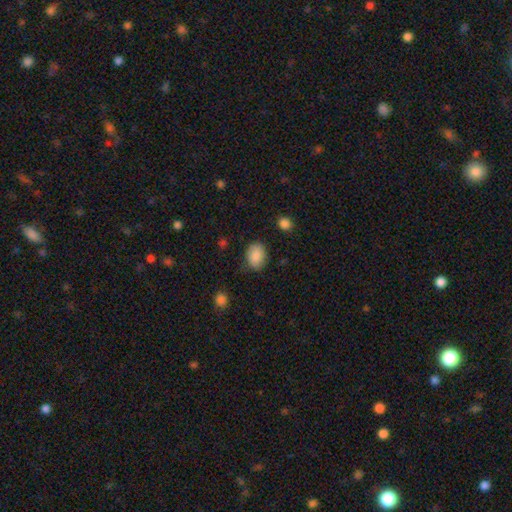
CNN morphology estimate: Q: Smooth or featured?
A: smooth (87%); runner-up: star or artifact (8%)
Q: How rounded?
A: in between (66%); runner-up: round (33%)
Q: Merging?
A: none (75%); runner-up: minor disturbance (19%)